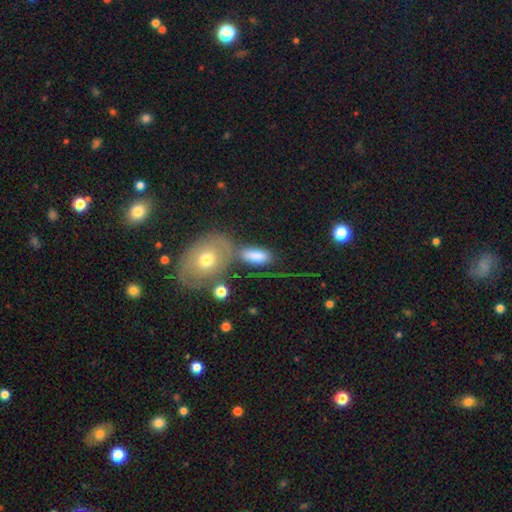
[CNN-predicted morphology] A smooth galaxy with no disk features (77%) that is in between round and cigar-shaped (89%). Merging: none (45%).